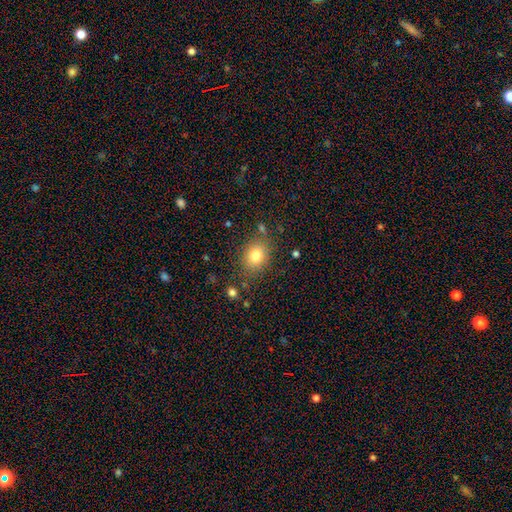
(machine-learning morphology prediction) The model was most divided on "how rounded": round: 50%, in between: 49%, cigar-shaped: 1%. More confident: merging — none (80%); smooth or featured — smooth (80%).